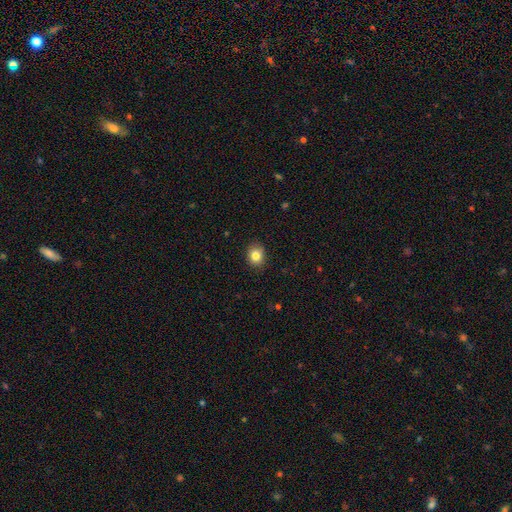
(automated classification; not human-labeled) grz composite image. It shows a smooth galaxy with no disk features (83%) that is round (61%). Merging: none (88%).